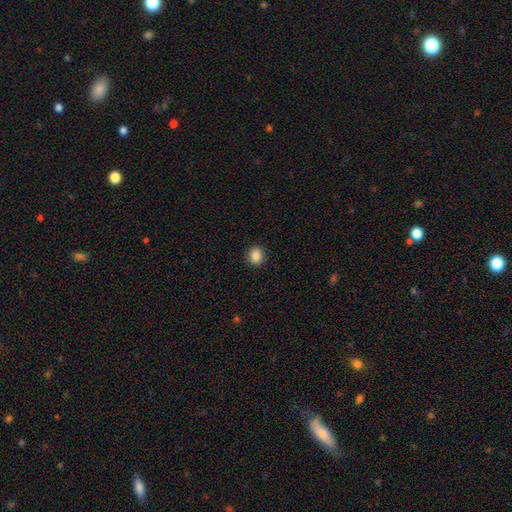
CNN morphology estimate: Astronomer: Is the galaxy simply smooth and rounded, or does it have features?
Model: smooth — 87%.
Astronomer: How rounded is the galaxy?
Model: round — 71%.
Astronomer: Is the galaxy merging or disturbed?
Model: none — 91%.